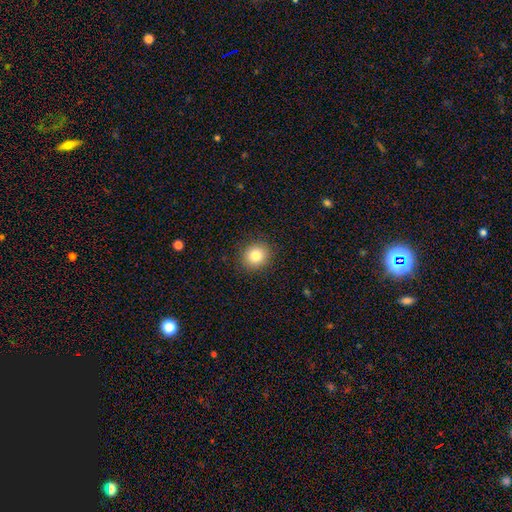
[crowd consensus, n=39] This is clearly a smooth galaxy (92%). How rounded: clearly round (94%). Merging: clearly none (92%).